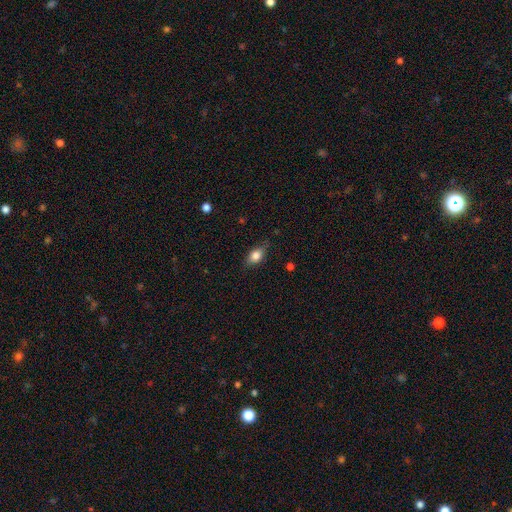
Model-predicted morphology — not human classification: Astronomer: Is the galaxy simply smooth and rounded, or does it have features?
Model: smooth — 76%.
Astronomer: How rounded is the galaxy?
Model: in between — 78%.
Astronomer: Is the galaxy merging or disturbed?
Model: none — 76%.